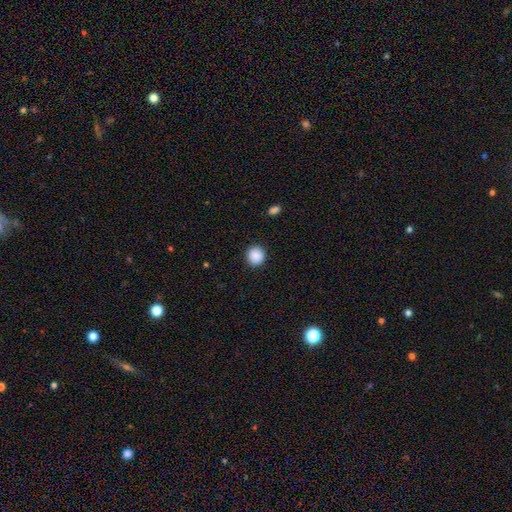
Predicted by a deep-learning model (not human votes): Smooth or featured? smooth (89%)
How rounded? round (91%)
Merging? none (91%)